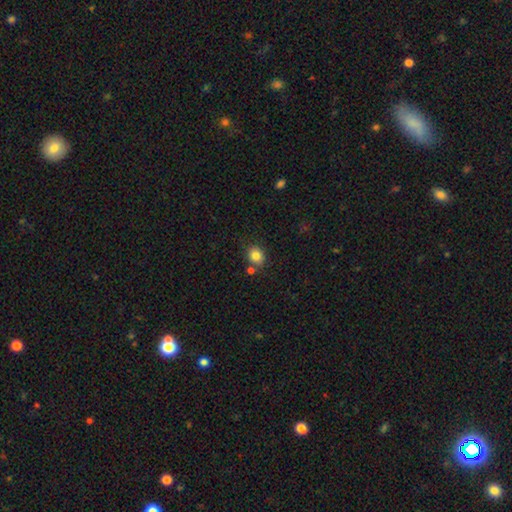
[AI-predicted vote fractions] Smooth or featured?
  - smooth: 83% *
  - star or artifact: 10%
  - featured or disk: 6%
How rounded?
  - round: 62% *
  - in between: 37%
  - cigar-shaped: 1%
Merging?
  - none: 74% *
  - minor disturbance: 12%
  - merger: 11%
  - major disturbance: 3%